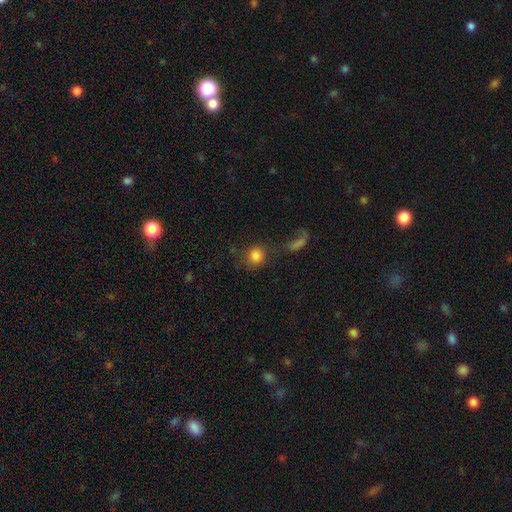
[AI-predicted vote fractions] Q: Smooth or featured?
A: smooth (80%); runner-up: star or artifact (11%)
Q: How rounded?
A: round (84%); runner-up: in between (14%)
Q: Merging?
A: none (49%); runner-up: merger (24%)